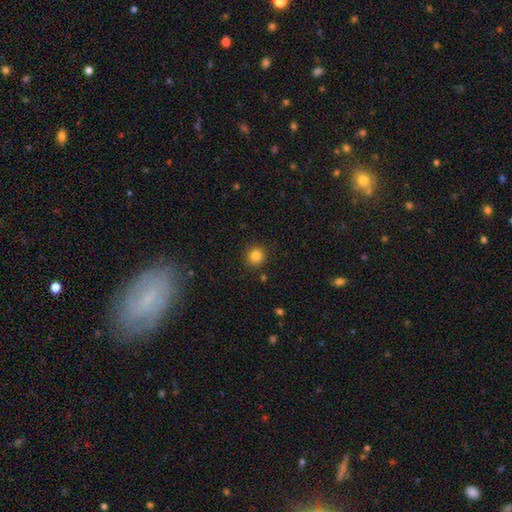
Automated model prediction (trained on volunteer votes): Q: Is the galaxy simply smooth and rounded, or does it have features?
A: smooth — 84%.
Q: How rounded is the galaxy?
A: round — 89%.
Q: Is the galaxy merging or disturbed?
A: none — 89%.